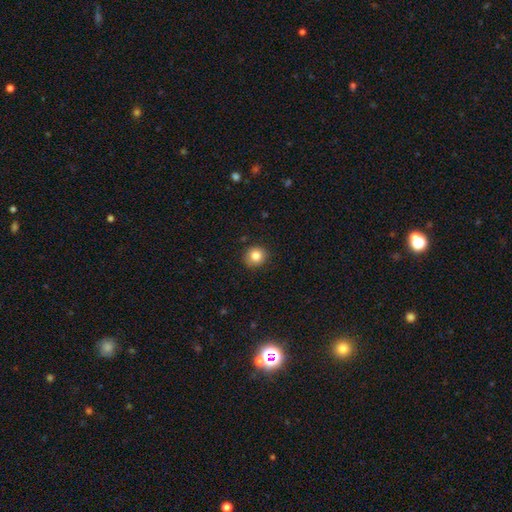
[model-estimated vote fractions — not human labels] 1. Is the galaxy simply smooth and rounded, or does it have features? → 84% smooth, 10% star or artifact, 6% featured or disk.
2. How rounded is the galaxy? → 87% round, 12% in between, 1% cigar-shaped.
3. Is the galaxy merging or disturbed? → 88% none, 9% minor disturbance, 2% major disturbance, 1% merger.